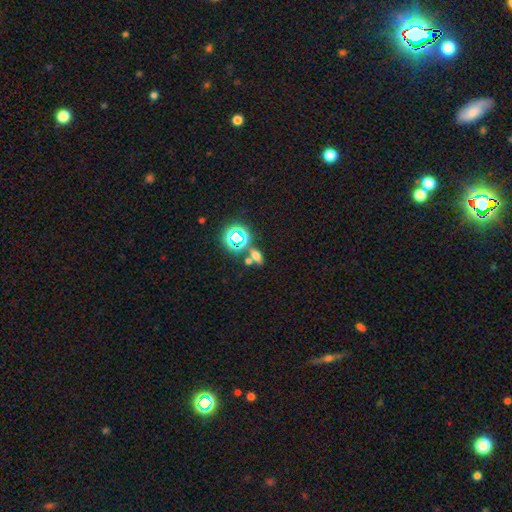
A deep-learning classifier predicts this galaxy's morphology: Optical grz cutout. It shows a smooth galaxy with no disk features (53%) that is in between round and cigar-shaped (68%). Merging: none (63%).